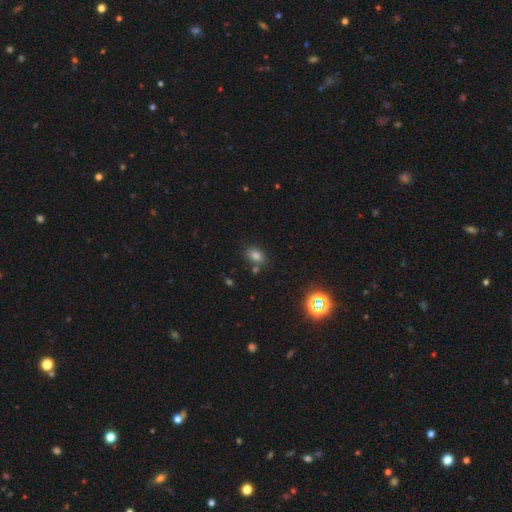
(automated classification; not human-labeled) Morphology: type=smooth (78%); roundness=in between (81%); merging=none (77%).